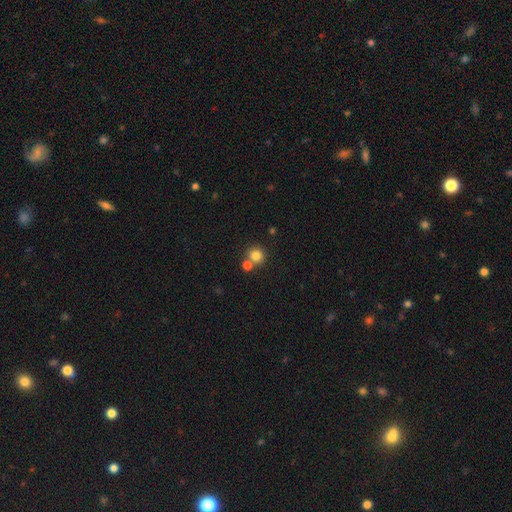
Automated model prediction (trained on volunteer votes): smooth_or_featured: smooth (p=0.81) [alt: star or artifact p=0.12]
how_rounded: round (p=0.90) [alt: in between p=0.09]
merging: none (p=0.62) [alt: merger p=0.28]